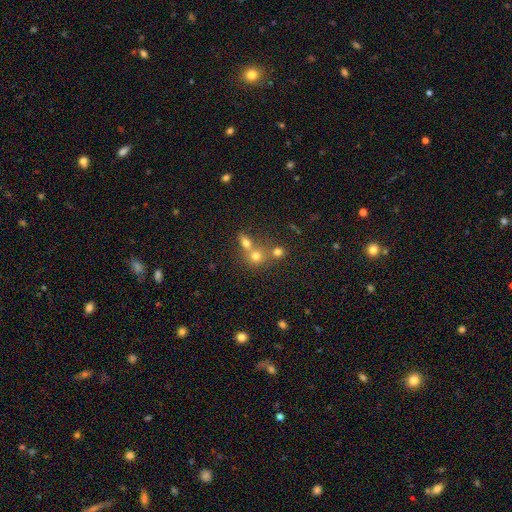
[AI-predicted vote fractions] smooth_or_featured: smooth (p=0.65) [alt: star or artifact p=0.19]
how_rounded: round (p=0.77) [alt: in between p=0.21]
merging: merger (p=0.51) [alt: none p=0.39]